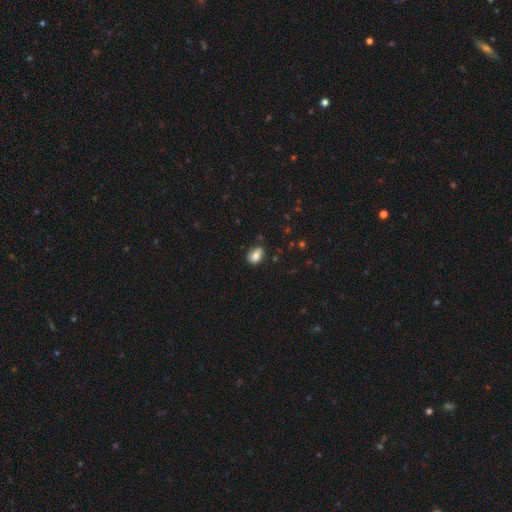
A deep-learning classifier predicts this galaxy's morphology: This is likely a smooth galaxy (75%). How rounded: likely in between (77%). Merging: likely none (68%).